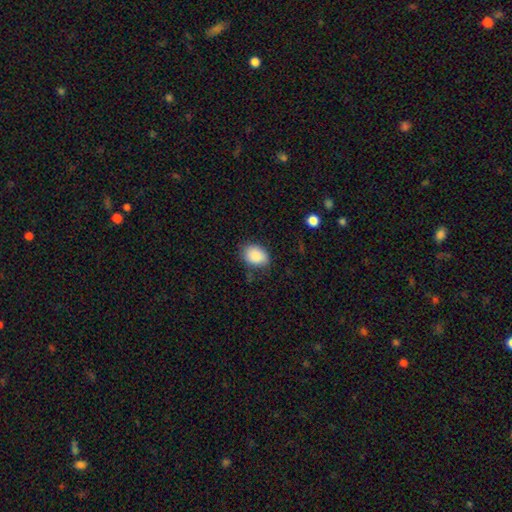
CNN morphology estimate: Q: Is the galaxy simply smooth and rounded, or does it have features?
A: smooth — 88%.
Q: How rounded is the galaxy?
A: in between — 76%.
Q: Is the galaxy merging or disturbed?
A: none — 76%.